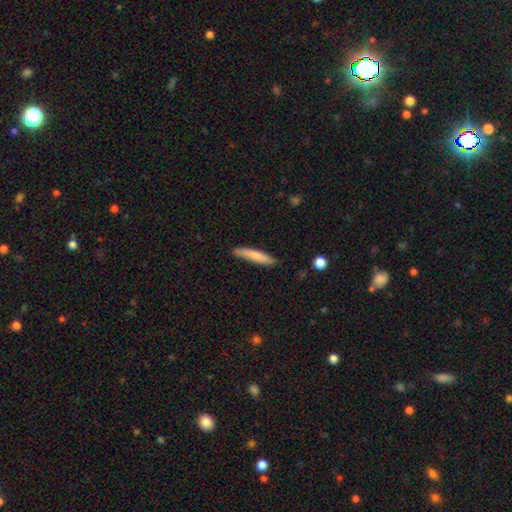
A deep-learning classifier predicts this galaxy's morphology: smooth 75%, featured or disk 20%, star or artifact 6%. Down the decision tree: how rounded — cigar-shaped (88%); merging — none (81%).